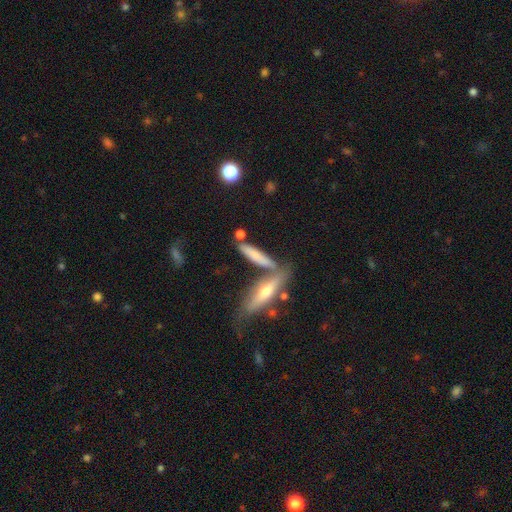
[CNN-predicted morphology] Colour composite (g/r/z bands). It shows a smooth galaxy with no disk features (63%) that is cigar-shaped (78%). Merging: none (59%).